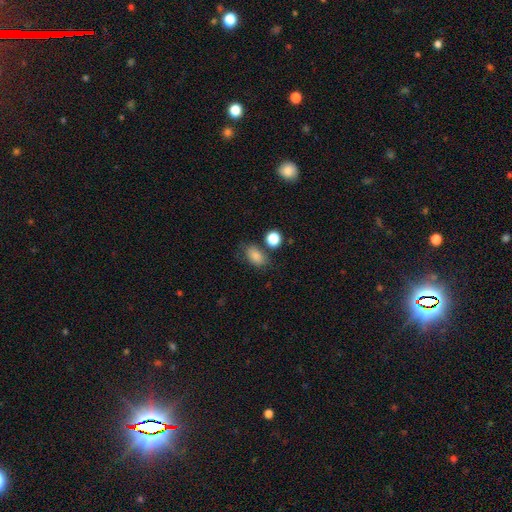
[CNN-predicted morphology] Smooth or featured: smooth — 83% (star or artifact — 10%)
How rounded: in between — 82% (round — 16%)
Merging: none — 65% (minor disturbance — 18%)